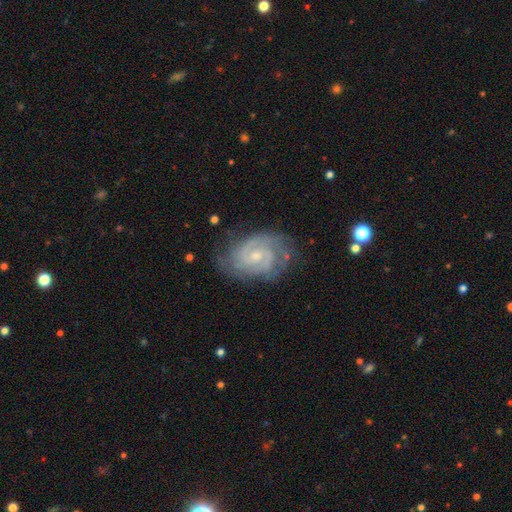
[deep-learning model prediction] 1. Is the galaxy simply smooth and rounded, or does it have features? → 87% featured or disk, 7% smooth, 6% star or artifact.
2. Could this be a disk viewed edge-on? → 97% no, 3% yes.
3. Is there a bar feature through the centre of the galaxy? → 56% no, 38% weak, 7% strong.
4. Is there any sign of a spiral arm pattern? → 97% yes, 3% no.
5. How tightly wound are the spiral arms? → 61% tight, 33% medium, 6% loose.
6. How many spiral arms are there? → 60% 2, 15% 3, 14% can't tell, 4% 4, 3% 1, 3% more than 4.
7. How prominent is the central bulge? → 67% small, 28% moderate, 3% none, 1% large, 1% dominant.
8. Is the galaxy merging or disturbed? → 75% none, 18% minor disturbance, 6% major disturbance, 2% merger.